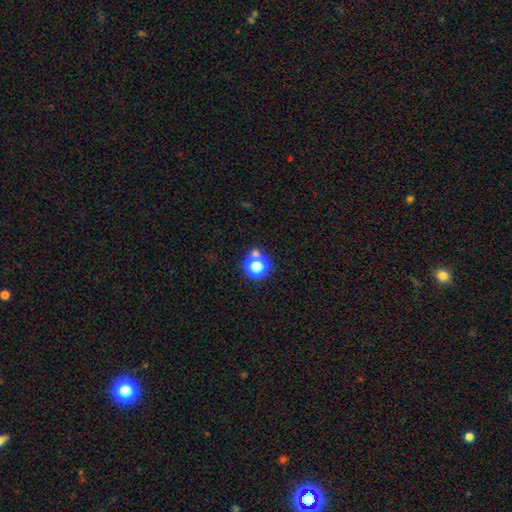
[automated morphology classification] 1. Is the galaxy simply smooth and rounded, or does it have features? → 52% smooth, 40% star or artifact, 7% featured or disk.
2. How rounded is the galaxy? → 88% round, 11% in between, 1% cigar-shaped.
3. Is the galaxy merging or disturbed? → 71% none, 17% merger, 8% minor disturbance, 4% major disturbance.